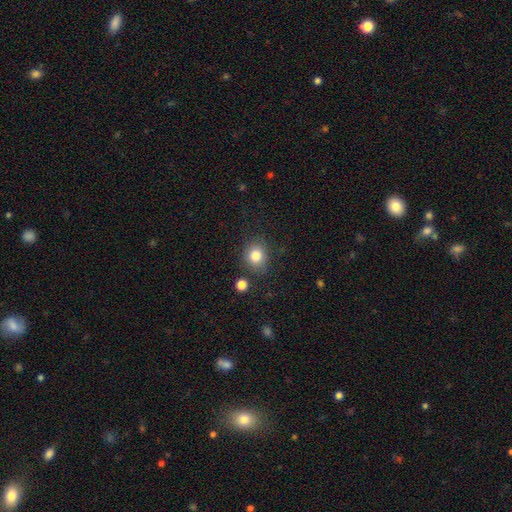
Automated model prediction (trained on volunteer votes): This is clearly a smooth galaxy (83%). How rounded: likely round (71%). Merging: likely none (79%).